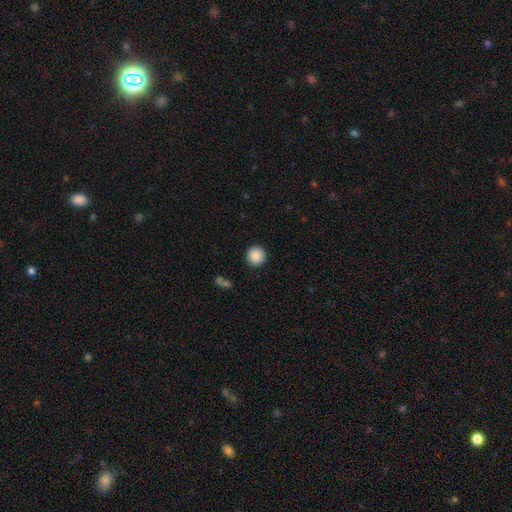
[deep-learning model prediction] The model was most divided on "smooth or featured": smooth: 89%, star or artifact: 8%, featured or disk: 3%. More confident: how rounded — round (94%); merging — none (92%).